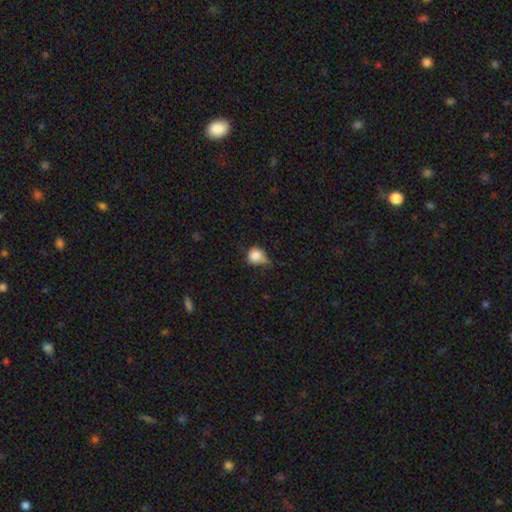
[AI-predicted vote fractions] The model was most divided on "merging": minor disturbance: 42%, none: 36%, major disturbance: 16%, merger: 7%. More confident: smooth or featured — smooth (80%); how rounded — round (78%).